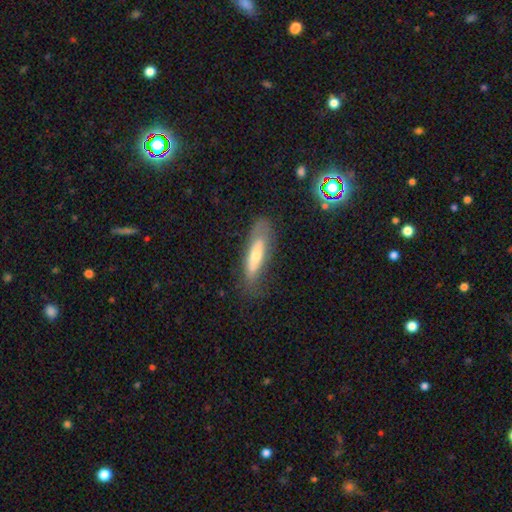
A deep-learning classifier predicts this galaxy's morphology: A smooth galaxy with no disk features (49%).

Vote fractions:
- Smooth or featured? smooth: 49% / featured or disk: 42% / star or artifact: 8%
- Merging? none: 67% / minor disturbance: 22% / major disturbance: 9% / merger: 2%